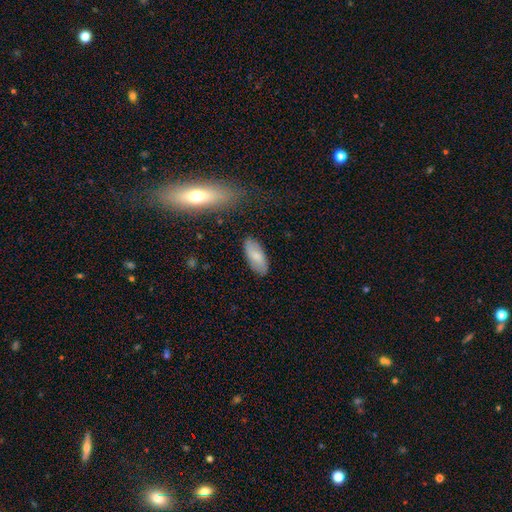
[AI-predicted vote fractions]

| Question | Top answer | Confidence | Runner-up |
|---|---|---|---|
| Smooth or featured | smooth | 76% | featured or disk (17%) |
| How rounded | in between | 85% | cigar-shaped (13%) |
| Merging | none | 83% | minor disturbance (13%) |